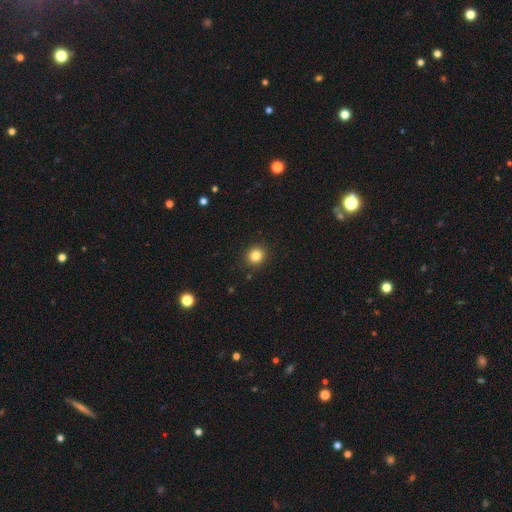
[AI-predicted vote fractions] Smooth or featured? smooth (83%)
How rounded? round (88%)
Merging? none (91%)